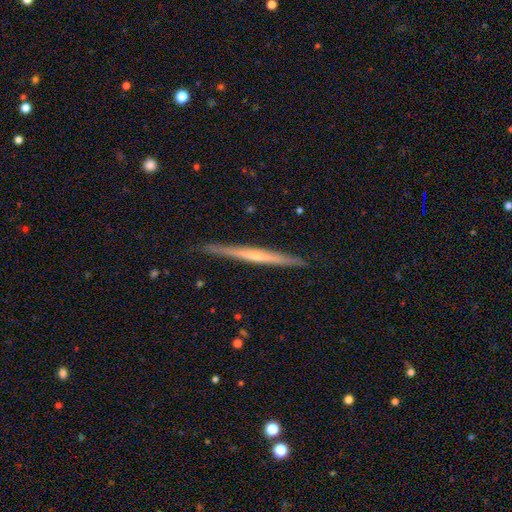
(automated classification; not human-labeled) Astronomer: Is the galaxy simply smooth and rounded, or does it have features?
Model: featured or disk — 64%.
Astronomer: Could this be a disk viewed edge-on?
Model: yes — 97%.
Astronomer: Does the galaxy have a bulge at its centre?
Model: none — 64%.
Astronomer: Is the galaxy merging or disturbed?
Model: none — 89%.